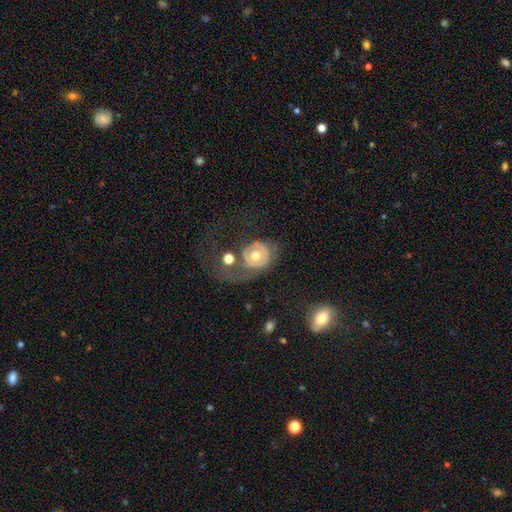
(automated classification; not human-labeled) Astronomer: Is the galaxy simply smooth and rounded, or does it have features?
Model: featured or disk — 58% (runner-up: smooth, 34%).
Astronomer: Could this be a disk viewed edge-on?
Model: no — 96%.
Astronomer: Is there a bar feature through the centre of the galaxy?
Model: no — 85%.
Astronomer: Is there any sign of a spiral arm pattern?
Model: yes — 50%, tied with no at 50%.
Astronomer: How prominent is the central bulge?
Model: moderate — 75%.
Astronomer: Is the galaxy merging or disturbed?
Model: major disturbance — 45% (runner-up: none, 26%).